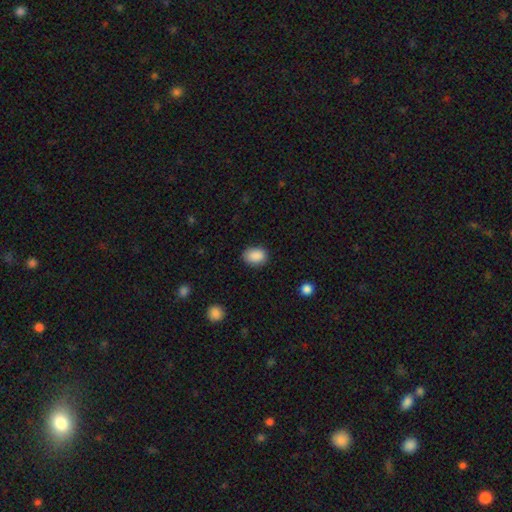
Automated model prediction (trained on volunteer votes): Smooth or featured: smooth — 89% (star or artifact — 8%)
How rounded: in between — 74% (round — 25%)
Merging: none — 85% (minor disturbance — 11%)